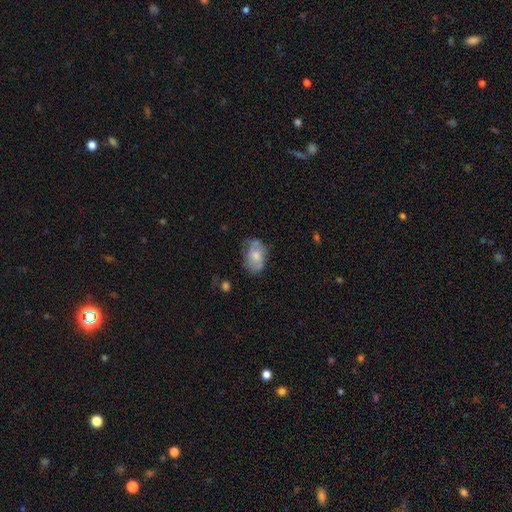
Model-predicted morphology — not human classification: smooth 64%, featured or disk 29%, star or artifact 7%. Down the decision tree: how rounded — in between (84%); merging — none (52%).